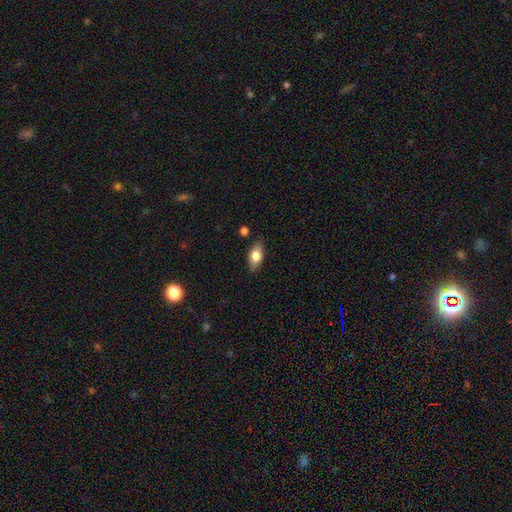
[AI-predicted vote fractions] smooth_or_featured: smooth (p=0.73) [alt: featured or disk p=0.20]
how_rounded: in between (p=0.85) [alt: cigar-shaped p=0.10]
merging: none (p=0.84) [alt: minor disturbance p=0.12]